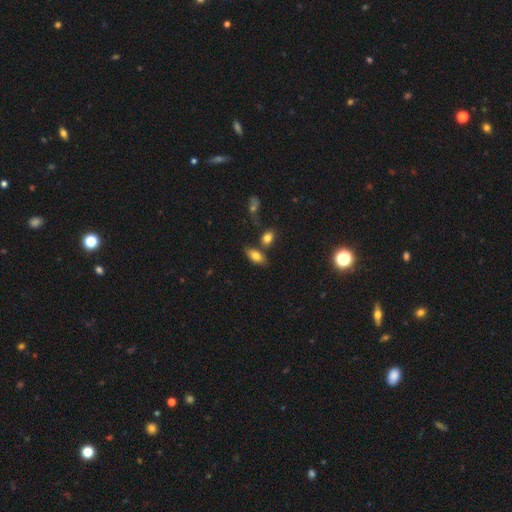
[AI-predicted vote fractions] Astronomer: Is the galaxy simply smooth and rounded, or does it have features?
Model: smooth — 77%.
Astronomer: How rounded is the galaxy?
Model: in between — 87%.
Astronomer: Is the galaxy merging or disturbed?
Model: none — 69%.